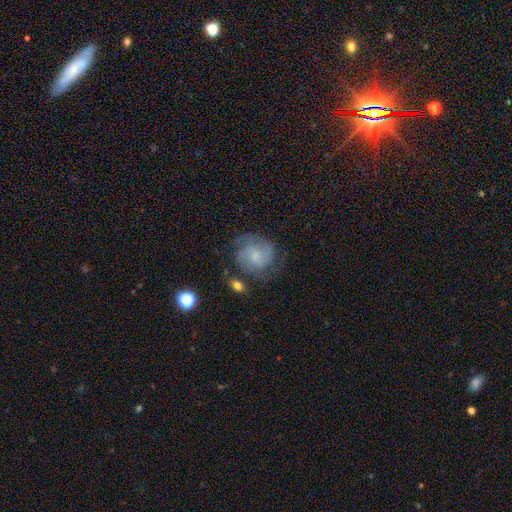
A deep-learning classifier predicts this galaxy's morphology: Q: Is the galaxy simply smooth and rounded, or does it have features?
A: featured or disk — 62%.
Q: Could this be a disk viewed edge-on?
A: no — 98%.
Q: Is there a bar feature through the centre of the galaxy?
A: no — 64%.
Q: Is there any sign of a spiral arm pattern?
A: yes — 88%.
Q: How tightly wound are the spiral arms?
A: tight — 43%, tied with medium.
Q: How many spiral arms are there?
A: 2 — 49%.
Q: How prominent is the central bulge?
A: small — 43%.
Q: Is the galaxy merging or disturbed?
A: none — 63%.